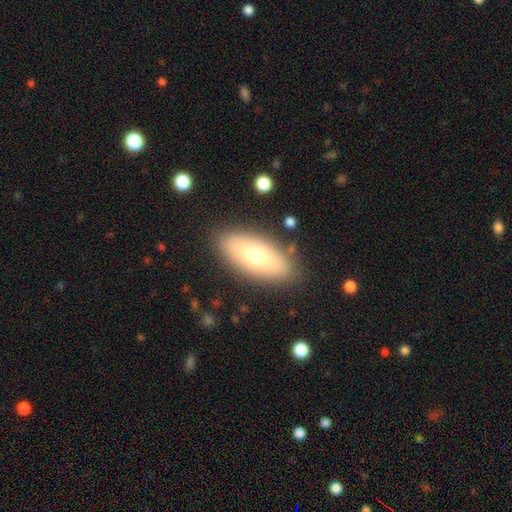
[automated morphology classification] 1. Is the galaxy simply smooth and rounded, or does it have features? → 66% smooth, 27% featured or disk, 8% star or artifact.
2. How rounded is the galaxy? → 84% in between, 12% cigar-shaped, 4% round.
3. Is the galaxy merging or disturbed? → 85% none, 10% minor disturbance, 3% major disturbance, 2% merger.